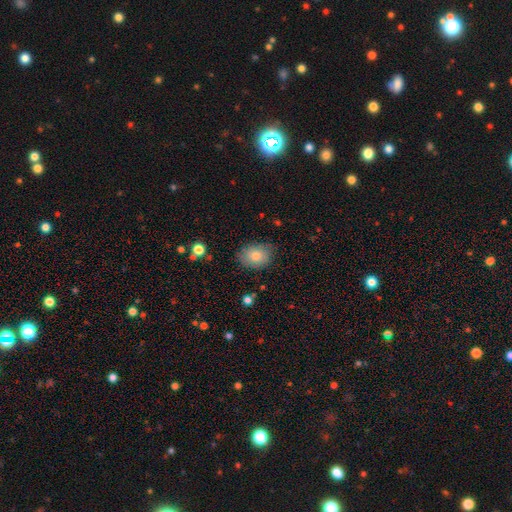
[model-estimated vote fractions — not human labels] A smooth galaxy with no disk features (81%) that is in between round and cigar-shaped (65%). Merging: none (77%).